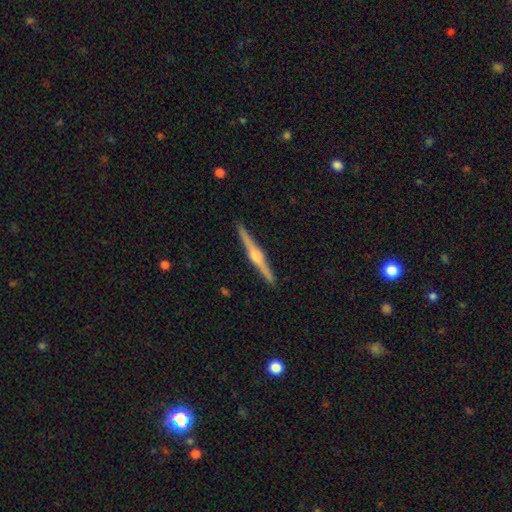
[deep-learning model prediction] smooth-or-featured: featured or disk: 81% | smooth: 14% | star or artifact: 5%
  disk-edge-on: yes: 98% | no: 2%
    edge-on-bulge: rounded: 87% | boxy: 7% | none: 6%
  merging: none: 92% | minor disturbance: 5% | major disturbance: 1% | merger: 1%